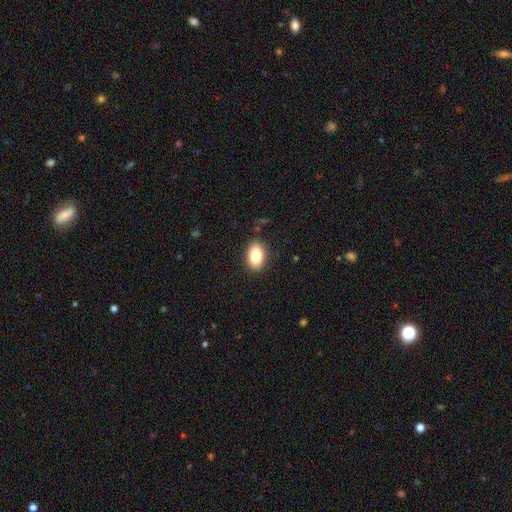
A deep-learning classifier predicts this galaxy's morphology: Smooth or featured?
  - smooth: 84% *
  - featured or disk: 8%
  - star or artifact: 8%
How rounded?
  - in between: 87% *
  - round: 11%
  - cigar-shaped: 2%
Merging?
  - none: 88% *
  - minor disturbance: 9%
  - major disturbance: 2%
  - merger: 1%